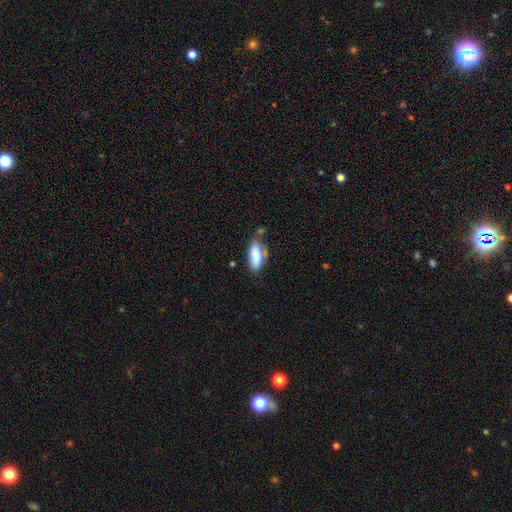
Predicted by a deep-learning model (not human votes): A smooth galaxy with no disk features (82%) that is in between round and cigar-shaped (75%). Merging: none (49%).